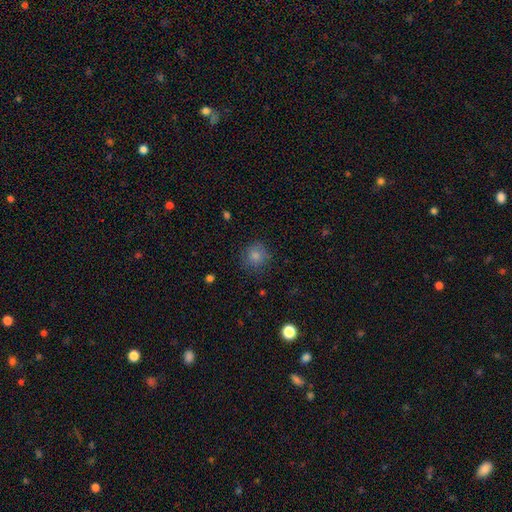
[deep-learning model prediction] Q: Smooth or featured?
A: smooth (81%); runner-up: star or artifact (10%)
Q: How rounded?
A: round (91%); runner-up: in between (8%)
Q: Merging?
A: none (80%); runner-up: minor disturbance (14%)